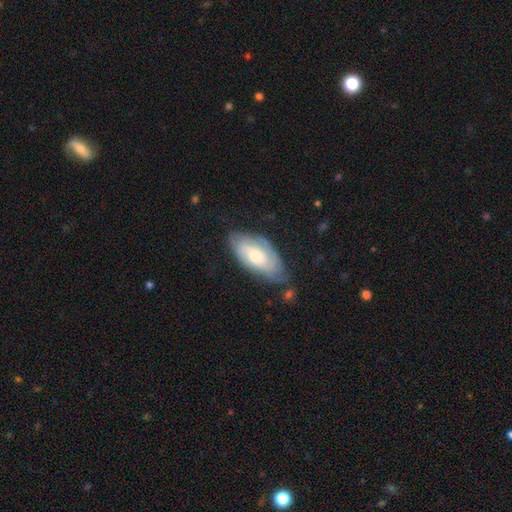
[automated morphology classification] A featured or disk galaxy (63%) with no bar (68%), spiral arms (83%) and a moderate central bulge (56%).

Vote fractions:
- Smooth or featured? featured or disk: 63% / smooth: 31% / star or artifact: 6%
- Edge-on disk? no: 91% / yes: 9%
- Bar? no: 68% / weak: 27% / strong: 5%
- Spiral arms? yes: 83% / no: 17%
- Bulge size? moderate: 56% / small: 36% / large: 6% / none: 2% / dominant: 1%
- Merging? none: 62% / minor disturbance: 27% / major disturbance: 8% / merger: 2%